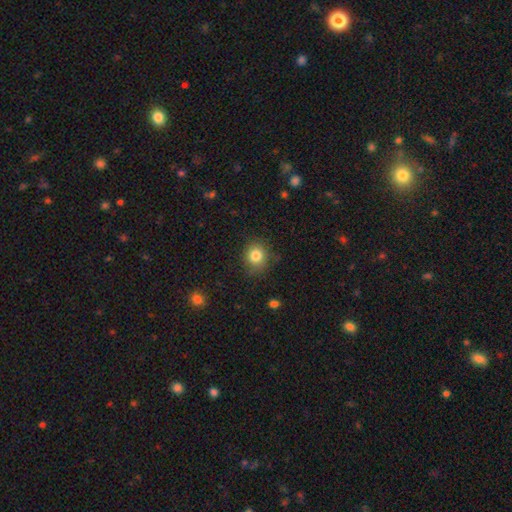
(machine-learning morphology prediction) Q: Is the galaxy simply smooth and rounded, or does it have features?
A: smooth — 83%.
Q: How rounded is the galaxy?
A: round — 79%.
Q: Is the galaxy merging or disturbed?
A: none — 78%.